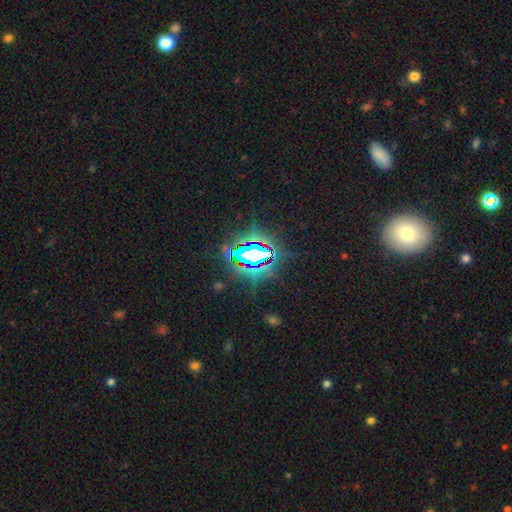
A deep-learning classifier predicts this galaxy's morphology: This is likely a star or artifact rather than a galaxy (80%).